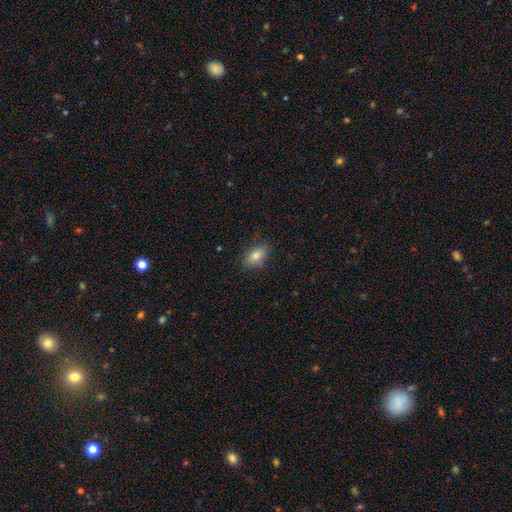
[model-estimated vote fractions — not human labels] A smooth galaxy with no disk features (83%) that is in between round and cigar-shaped (87%). Merging: none (80%).